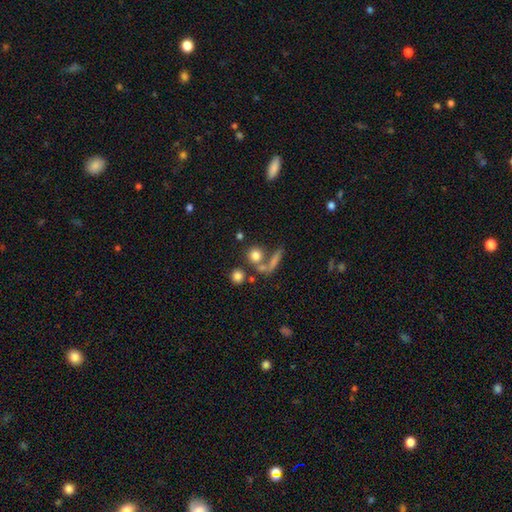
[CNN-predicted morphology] Overall: smooth (75%). How rounded: round (83%). Merging: none (58%; merger 26%).